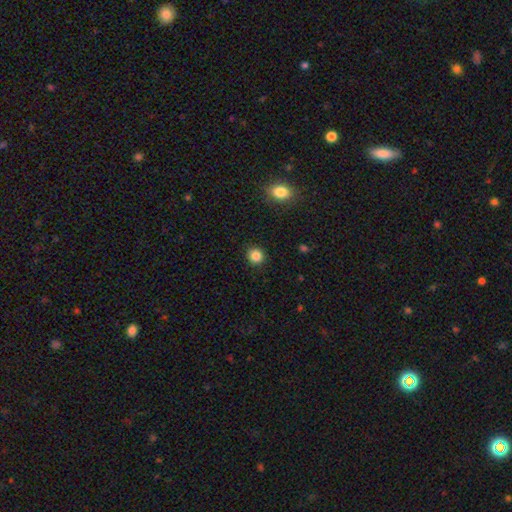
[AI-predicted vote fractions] This is clearly a smooth galaxy (85%). How rounded: clearly round (90%). Merging: clearly none (92%).